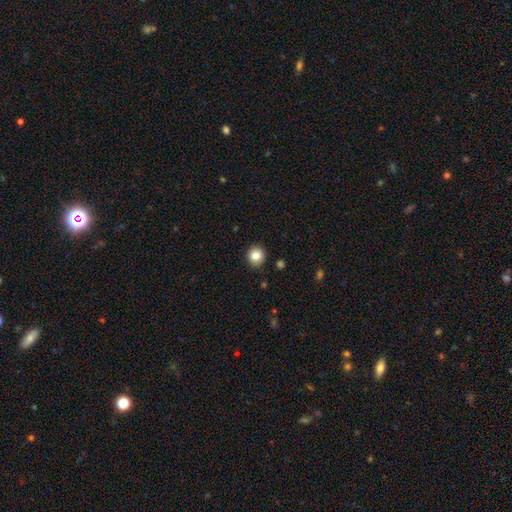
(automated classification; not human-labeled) Smooth or featured? smooth (84%)
How rounded? round (90%)
Merging? none (91%)